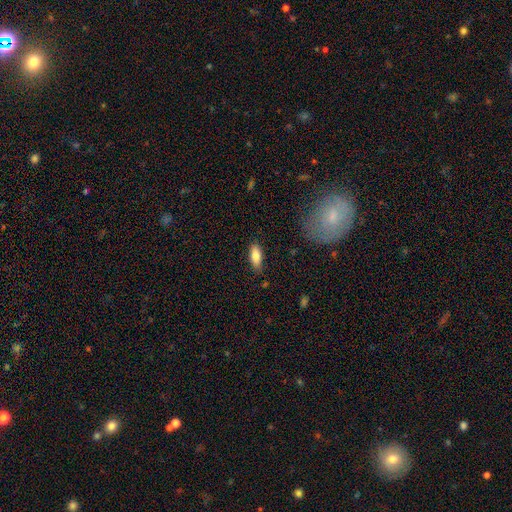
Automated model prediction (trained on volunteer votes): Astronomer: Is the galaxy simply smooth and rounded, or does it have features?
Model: smooth — 79%.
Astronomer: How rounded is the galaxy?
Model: in between — 73%.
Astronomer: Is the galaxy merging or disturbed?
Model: none — 85%.